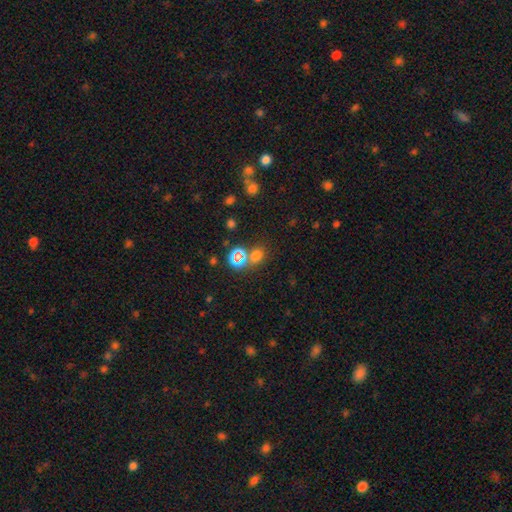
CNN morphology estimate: The model was most divided on "smooth or featured": smooth: 57%, star or artifact: 36%, featured or disk: 7%. More confident: merging — none (65%); how rounded — round (65%).